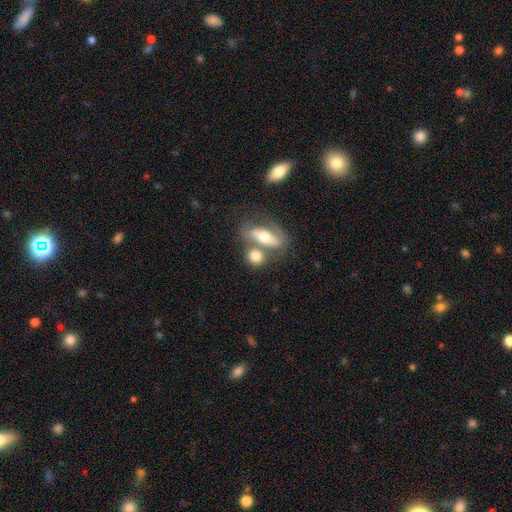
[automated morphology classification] Smooth or featured? smooth (60%)
How rounded? in between (58%)
Merging? merger (43%)